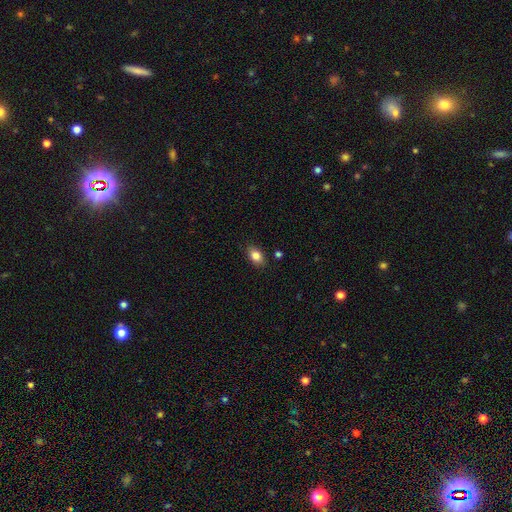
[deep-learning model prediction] This is clearly a smooth galaxy (83%). How rounded: clearly in between (83%). Merging: clearly none (85%).